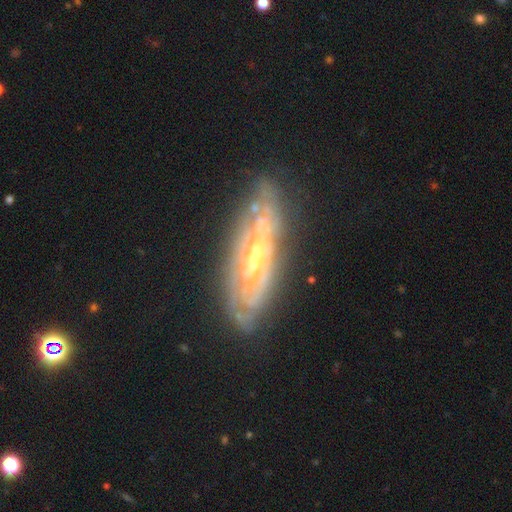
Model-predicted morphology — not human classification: Smooth or featured: featured or disk — 81% (smooth — 12%)
Edge-on disk: no — 66% (yes — 34%)
Bar: weak — 36% (no — 33%)
Spiral arms: yes — 77% (no — 23%)
Bulge size: moderate — 53% (small — 30%)
Merging: none — 76% (minor disturbance — 16%)